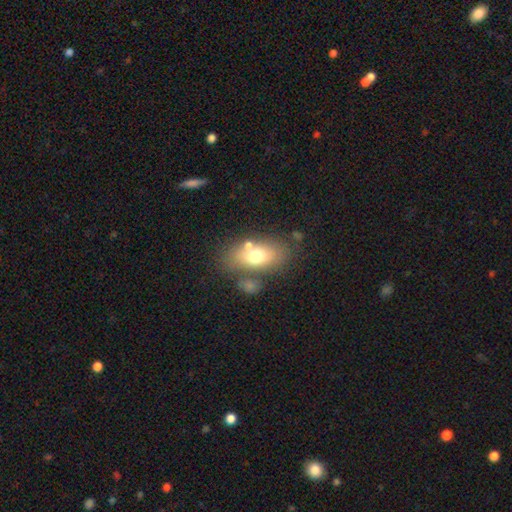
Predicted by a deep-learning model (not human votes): The model was most divided on "smooth or featured": smooth: 68%, featured or disk: 23%, star or artifact: 10%. More confident: how rounded — in between (85%); merging — none (66%).